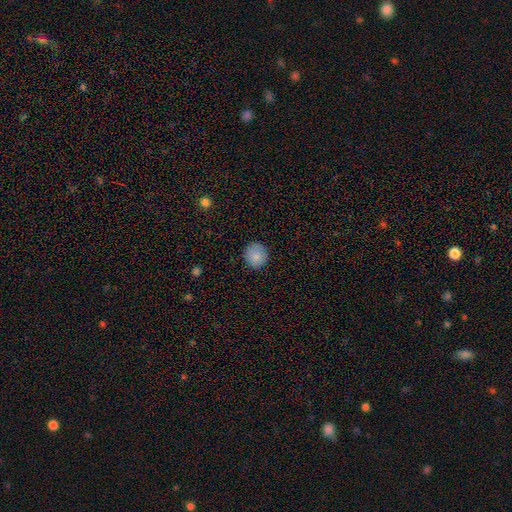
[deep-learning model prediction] A smooth galaxy with no disk features (87%) that is round (90%). Merging: none (89%).